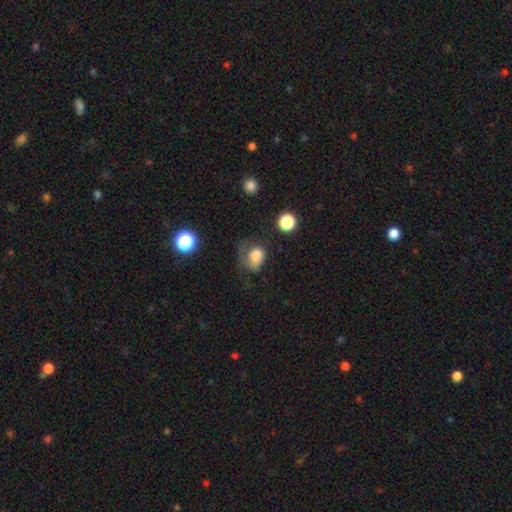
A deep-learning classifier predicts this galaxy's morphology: smooth 72%, featured or disk 18%, star or artifact 11%. Down the decision tree: how rounded — in between (55%); merging — major disturbance (38%).